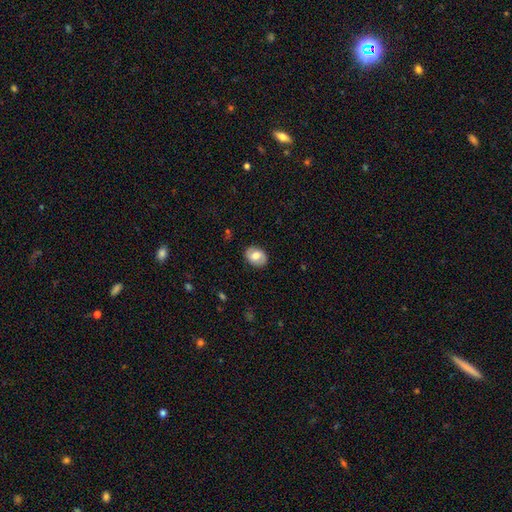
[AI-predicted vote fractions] The model was most divided on "smooth or featured": smooth: 63%, featured or disk: 29%, star or artifact: 8%. More confident: merging — none (84%); how rounded — in between (70%).